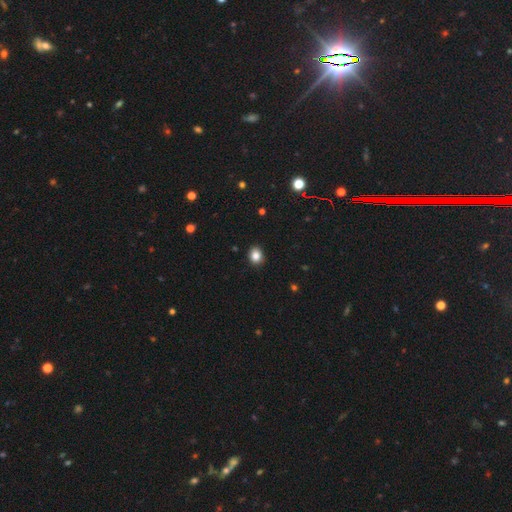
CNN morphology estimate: A smooth galaxy with no disk features (84%) that is round (61%).

Vote fractions:
- Smooth or featured? smooth: 84% / star or artifact: 11% / featured or disk: 5%
- How rounded? round: 61% / in between: 38% / cigar-shaped: 1%
- Merging? none: 90% / minor disturbance: 7% / major disturbance: 2% / merger: 1%